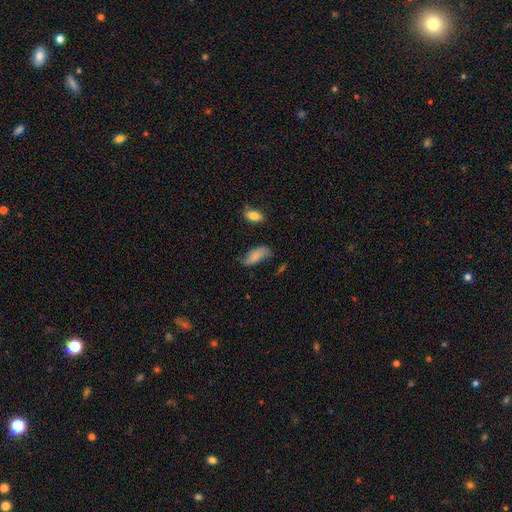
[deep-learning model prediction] Morphology: type=smooth (81%); roundness=in between (86%); merging=none (56%).